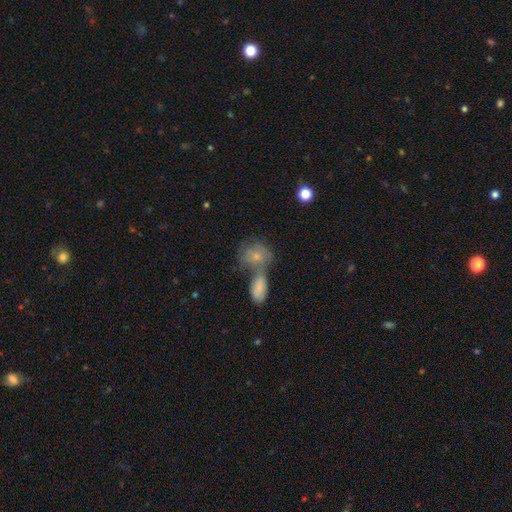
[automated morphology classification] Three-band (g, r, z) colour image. It shows a smooth galaxy with no disk features (72%) that is in between round and cigar-shaped (52%). Merging: merger (56%).